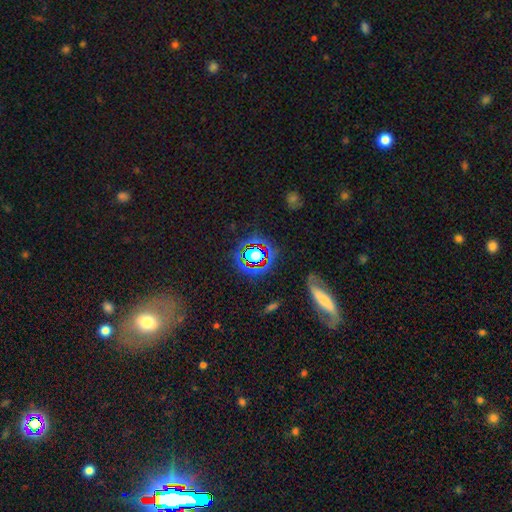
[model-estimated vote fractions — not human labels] Smooth or featured?
  - star or artifact: 61% *
  - smooth: 25%
  - featured or disk: 14%